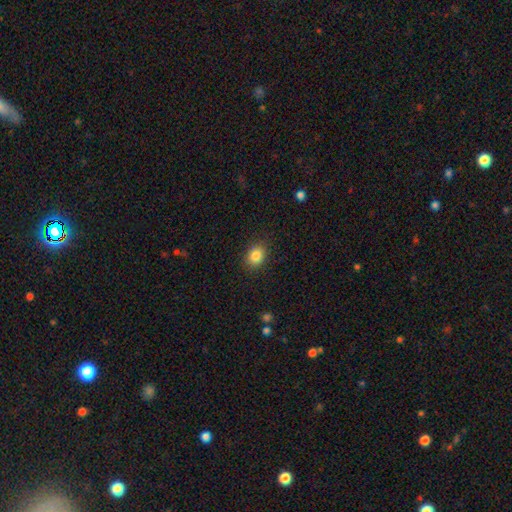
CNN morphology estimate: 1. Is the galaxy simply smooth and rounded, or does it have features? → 85% smooth, 9% star or artifact, 5% featured or disk.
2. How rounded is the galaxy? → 58% in between, 41% round, 1% cigar-shaped.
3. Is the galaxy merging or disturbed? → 87% none, 9% minor disturbance, 3% major disturbance, 1% merger.